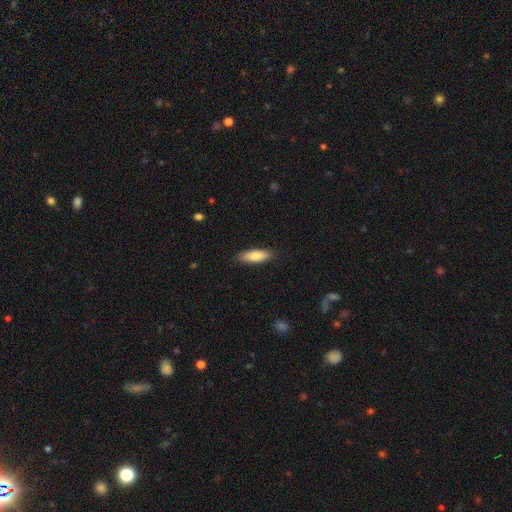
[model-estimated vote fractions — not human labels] smooth-or-featured: smooth: 76% | featured or disk: 17% | star or artifact: 6%
  how-rounded: in between: 56% | cigar-shaped: 42% | round: 2%
  merging: none: 86% | minor disturbance: 11% | major disturbance: 2% | merger: 1%